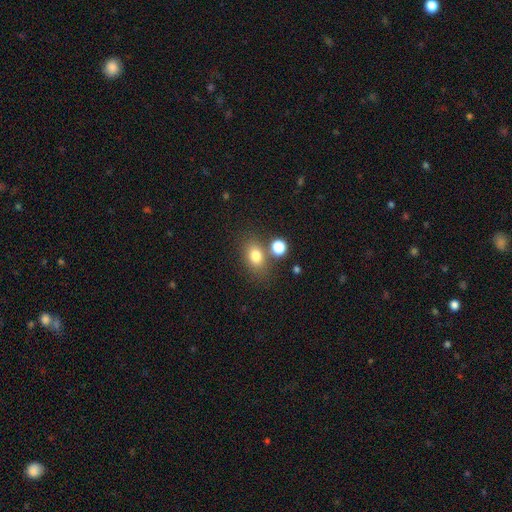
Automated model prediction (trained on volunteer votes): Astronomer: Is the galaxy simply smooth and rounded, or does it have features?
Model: smooth — 79%.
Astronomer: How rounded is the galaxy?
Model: in between — 67%.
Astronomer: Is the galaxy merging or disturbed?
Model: none — 68%.